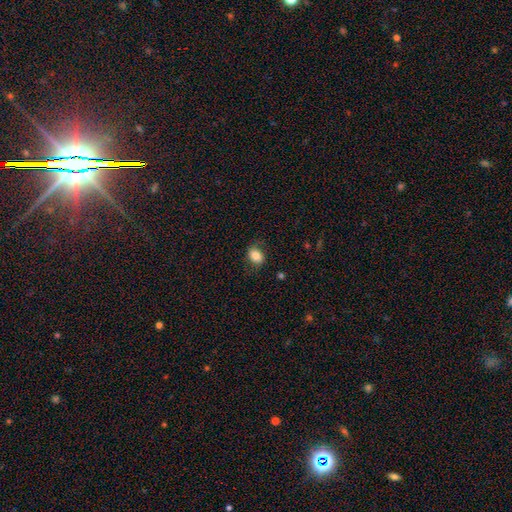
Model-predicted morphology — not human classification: A smooth galaxy with no disk features (82%) that is in between round and cigar-shaped (60%).

Vote fractions:
- Smooth or featured? smooth: 82% / star or artifact: 9% / featured or disk: 9%
- How rounded? in between: 60% / round: 39% / cigar-shaped: 1%
- Merging? none: 76% / minor disturbance: 17% / major disturbance: 6% / merger: 1%